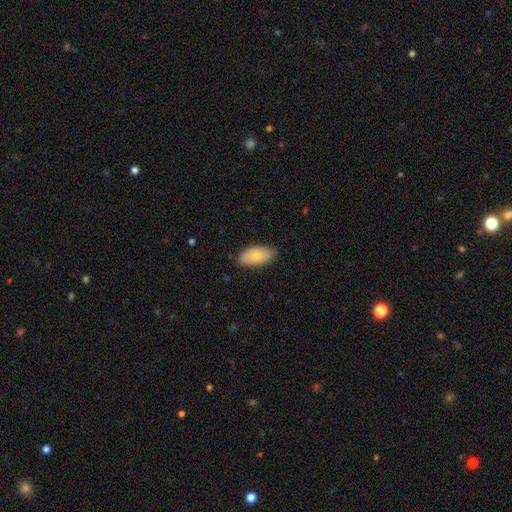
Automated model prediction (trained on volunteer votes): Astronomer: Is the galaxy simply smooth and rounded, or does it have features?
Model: smooth — 77%.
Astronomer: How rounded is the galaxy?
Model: in between — 93%.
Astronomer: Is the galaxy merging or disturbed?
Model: none — 83%.